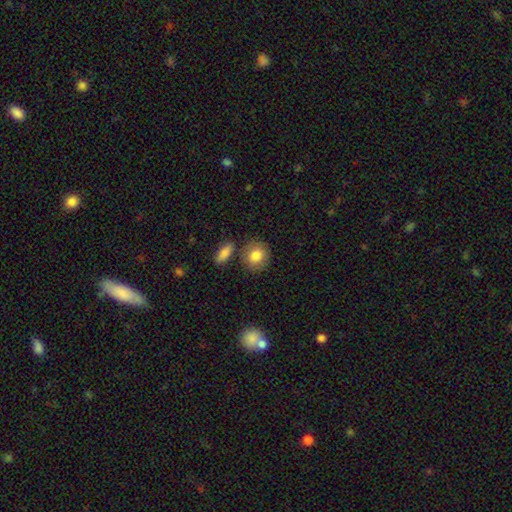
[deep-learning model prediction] Smooth or featured?
  - smooth: 83% *
  - featured or disk: 11%
  - star or artifact: 7%
How rounded?
  - round: 73% *
  - in between: 26%
  - cigar-shaped: 2%
Merging?
  - none: 76% *
  - minor disturbance: 13%
  - merger: 8%
  - major disturbance: 3%